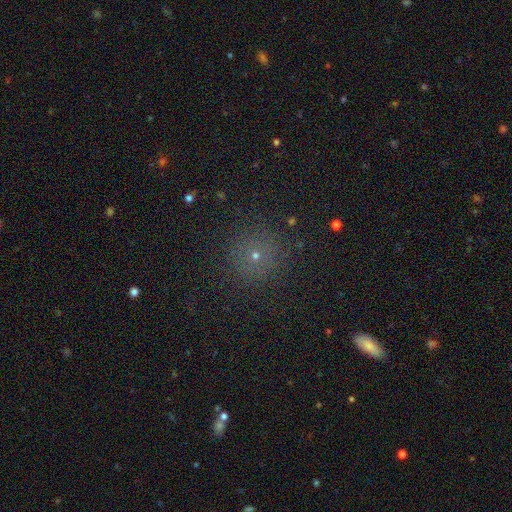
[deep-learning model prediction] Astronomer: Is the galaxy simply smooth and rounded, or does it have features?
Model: smooth — 61%.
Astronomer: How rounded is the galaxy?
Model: round — 95%.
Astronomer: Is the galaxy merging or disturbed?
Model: none — 89%.